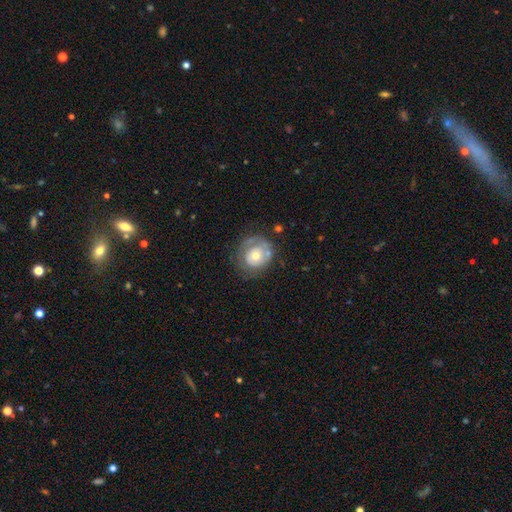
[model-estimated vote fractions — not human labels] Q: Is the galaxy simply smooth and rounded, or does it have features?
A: featured or disk — 48%.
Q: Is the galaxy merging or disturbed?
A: none — 56%.